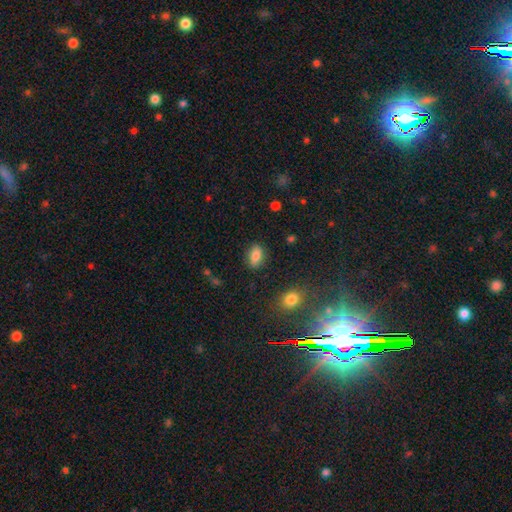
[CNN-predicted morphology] A smooth galaxy with no disk features (83%) that is in between round and cigar-shaped (87%). Merging: none (86%).